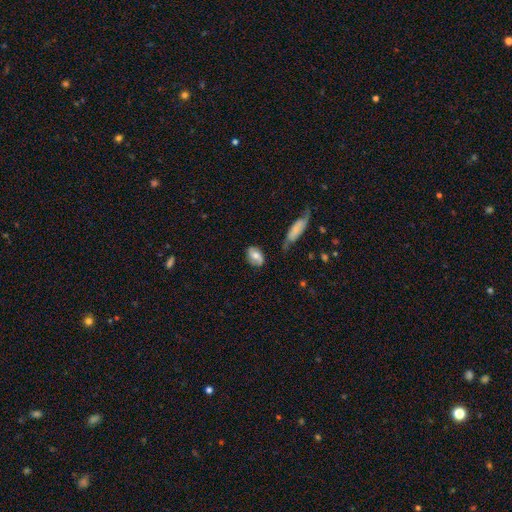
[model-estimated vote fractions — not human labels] This appears to be a smooth galaxy with no disk features (60%) that is in between round and cigar-shaped (82%). Merging: none (65%).